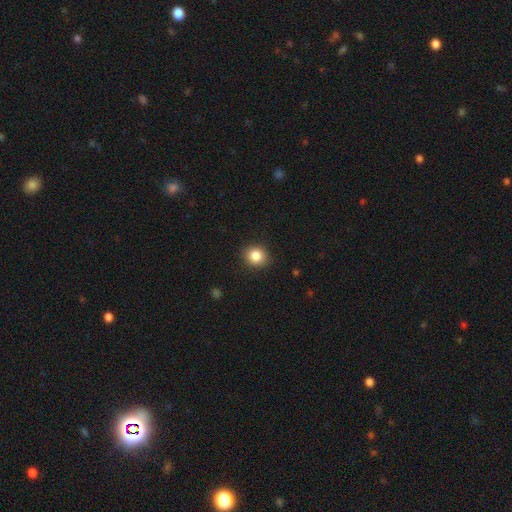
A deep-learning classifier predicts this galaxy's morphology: Smooth or featured? smooth (85%)
How rounded? round (81%)
Merging? none (90%)